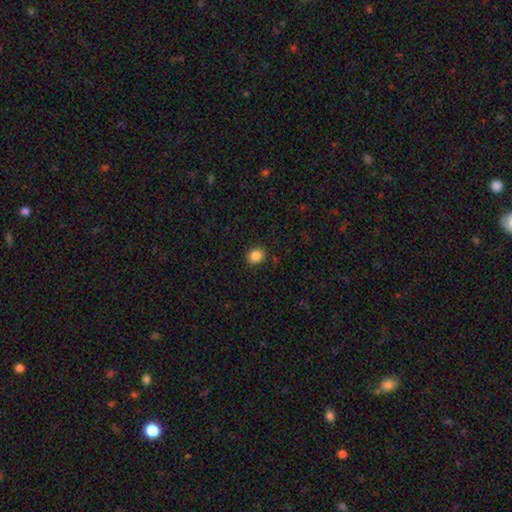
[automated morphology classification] A smooth galaxy with no disk features (86%) that is round (68%).

Vote fractions:
- Smooth or featured? smooth: 86% / star or artifact: 10% / featured or disk: 4%
- How rounded? round: 68% / in between: 32% / cigar-shaped: 1%
- Merging? none: 89% / minor disturbance: 8% / major disturbance: 2% / merger: 1%